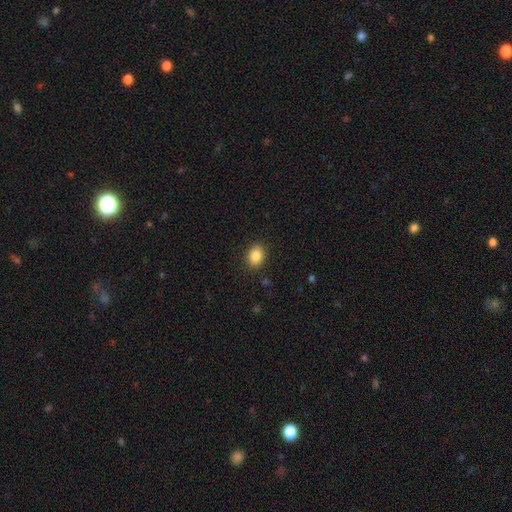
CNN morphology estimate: smooth_or_featured: smooth (p=0.86) [alt: star or artifact p=0.09]
how_rounded: in between (p=0.61) [alt: round p=0.38]
merging: none (p=0.89) [alt: minor disturbance p=0.08]